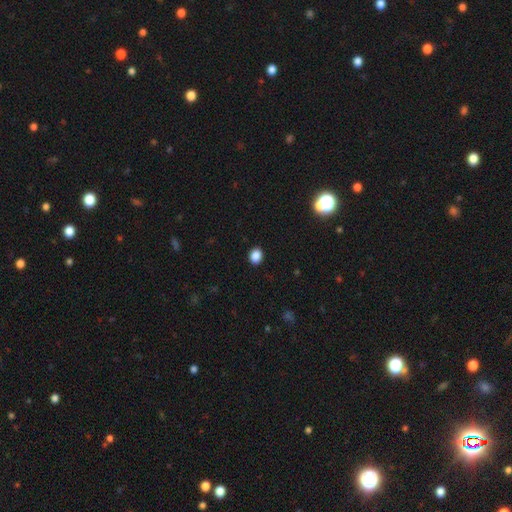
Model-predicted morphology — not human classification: Smooth or featured? Predicted: smooth (p=0.87). How rounded? Predicted: round (p=0.54). Merging? Predicted: none (p=0.91).